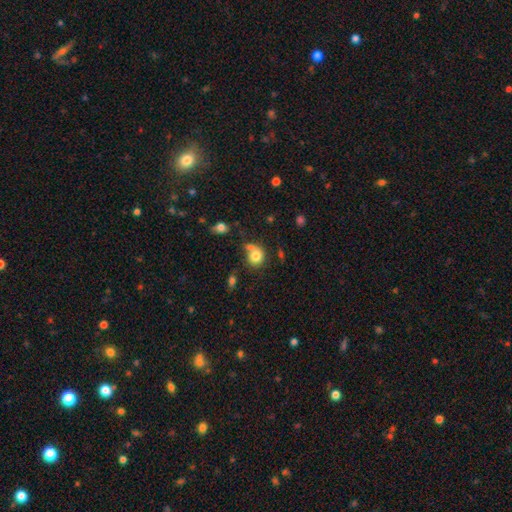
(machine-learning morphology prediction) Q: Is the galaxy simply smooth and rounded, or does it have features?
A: smooth — 79%.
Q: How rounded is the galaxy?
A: round — 81%.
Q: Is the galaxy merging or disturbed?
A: none — 54%.